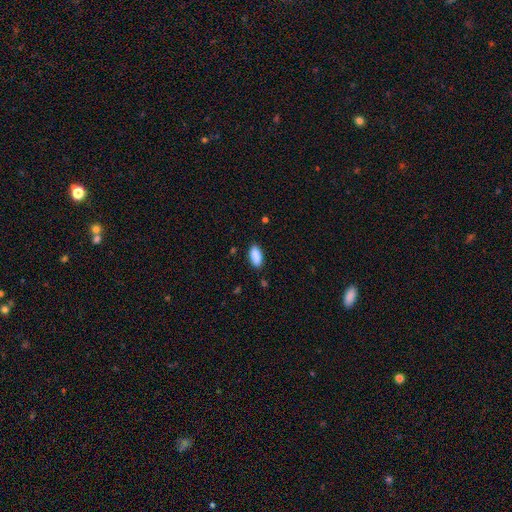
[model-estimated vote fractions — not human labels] This is clearly a smooth galaxy (90%). How rounded: clearly in between (90%). Merging: clearly none (86%).